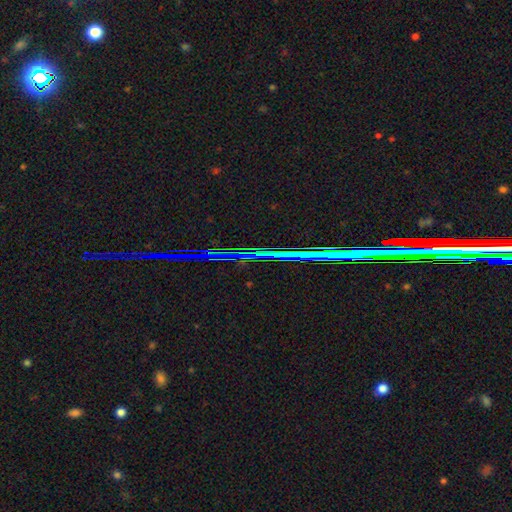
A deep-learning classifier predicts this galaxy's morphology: A star or artifact, not a galaxy (85%).